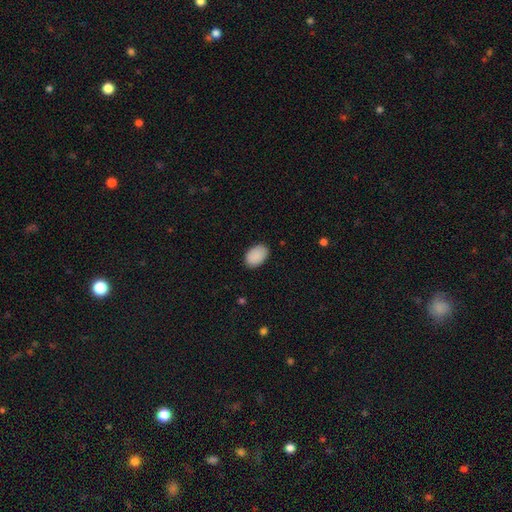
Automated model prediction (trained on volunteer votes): smooth 90%, star or artifact 7%, featured or disk 3%. Down the decision tree: how rounded — in between (89%); merging — none (87%).